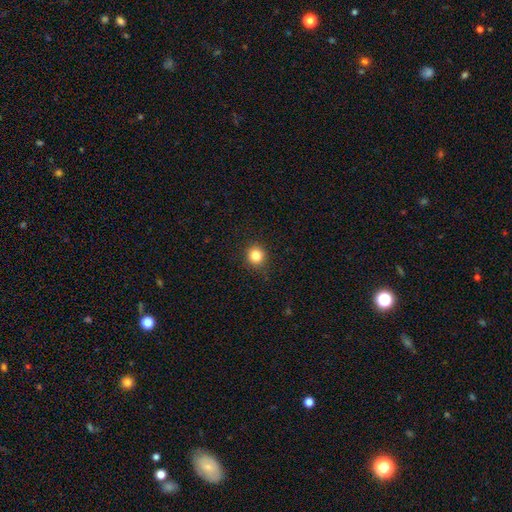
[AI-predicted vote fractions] This appears to be a smooth galaxy with no disk features (83%) that is round (91%). Merging: none (89%).